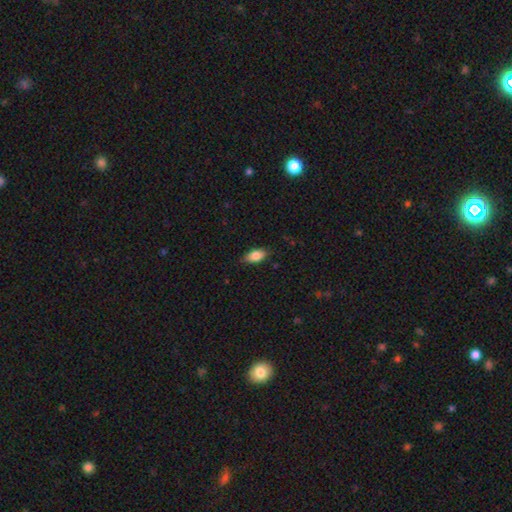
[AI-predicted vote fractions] This is clearly a smooth galaxy (83%). How rounded: clearly in between (89%). Merging: likely none (79%).